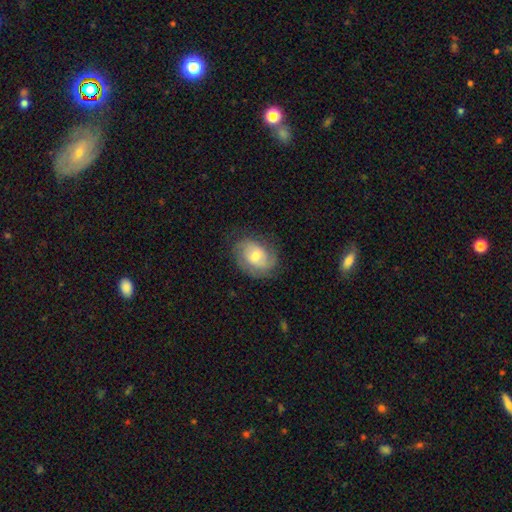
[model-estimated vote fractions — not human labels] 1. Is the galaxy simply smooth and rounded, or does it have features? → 59% featured or disk, 34% smooth, 7% star or artifact.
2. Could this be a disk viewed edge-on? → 96% no, 4% yes.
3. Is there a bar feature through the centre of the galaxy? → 61% no, 32% weak, 6% strong.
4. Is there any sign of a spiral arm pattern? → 84% yes, 16% no.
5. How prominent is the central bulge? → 58% moderate, 35% small, 5% large, 2% none, 1% dominant.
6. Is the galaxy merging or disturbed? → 69% none, 21% minor disturbance, 9% major disturbance, 1% merger.